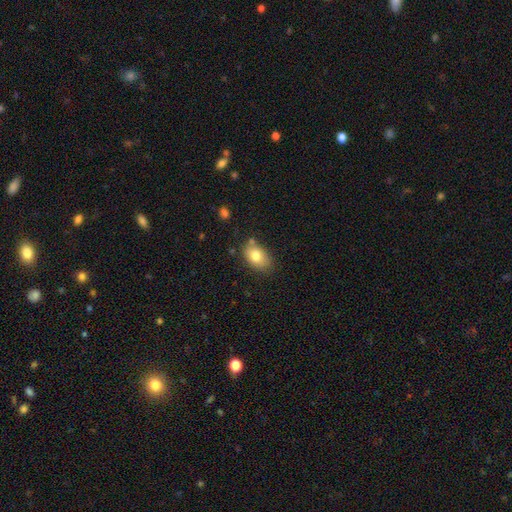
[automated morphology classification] Smooth or featured?
  - smooth: 78% *
  - featured or disk: 14%
  - star or artifact: 9%
How rounded?
  - in between: 83% *
  - round: 15%
  - cigar-shaped: 1%
Merging?
  - none: 72% *
  - minor disturbance: 19%
  - merger: 6%
  - major disturbance: 4%